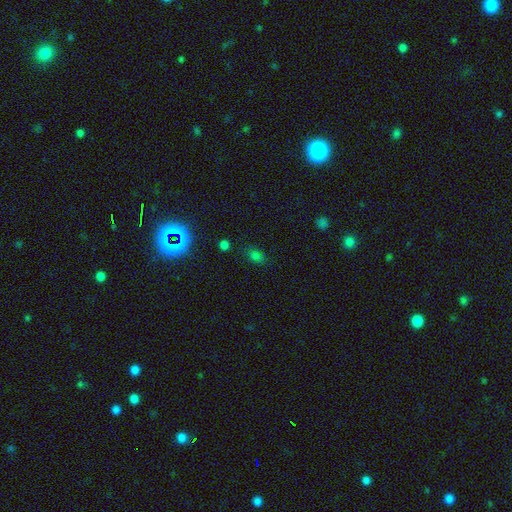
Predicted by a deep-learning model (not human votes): This appears to be a smooth galaxy with no disk features (69%) that is in between round and cigar-shaped (76%). Merging: none (75%).